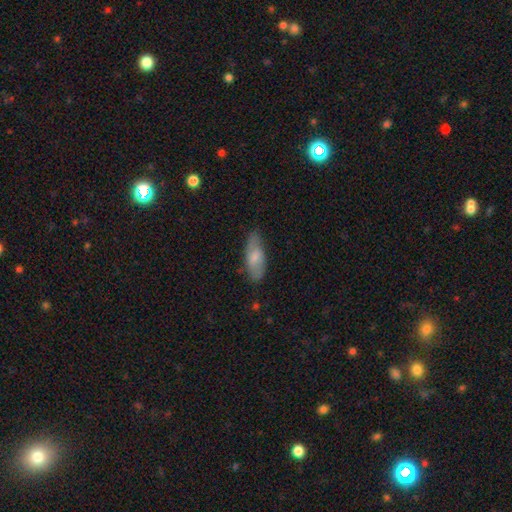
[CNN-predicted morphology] A smooth galaxy with no disk features (63%) that is in between round and cigar-shaped (67%).

Vote fractions:
- Smooth or featured? smooth: 63% / featured or disk: 30% / star or artifact: 7%
- How rounded? in between: 67% / cigar-shaped: 31% / round: 2%
- Merging? none: 77% / minor disturbance: 18% / major disturbance: 4% / merger: 1%